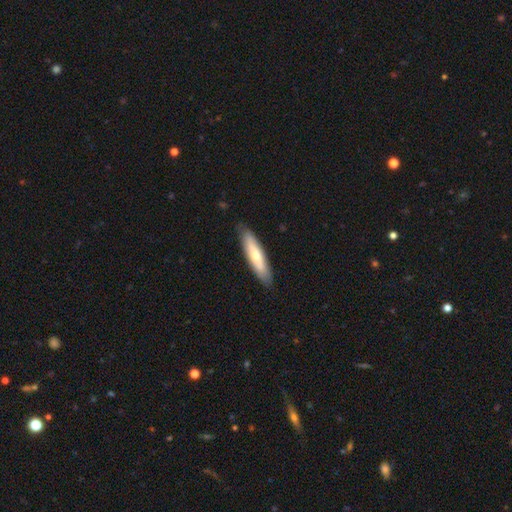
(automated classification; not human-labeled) Overall: smooth (58%; featured or disk 37%). How rounded: cigar-shaped (72%). Merging: none (86%).